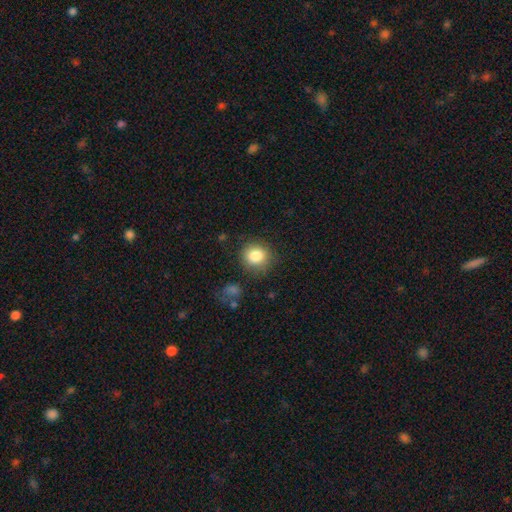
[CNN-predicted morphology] smooth-or-featured: smooth: 84% | star or artifact: 10% | featured or disk: 7%
  how-rounded: round: 86% | in between: 13% | cigar-shaped: 1%
  merging: none: 82% | minor disturbance: 12% | major disturbance: 4% | merger: 2%